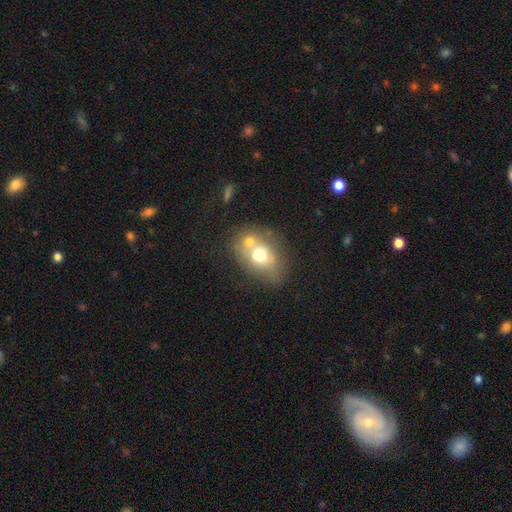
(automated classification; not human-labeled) Smooth or featured?
  - smooth: 59% *
  - featured or disk: 31%
  - star or artifact: 10%
How rounded?
  - in between: 66% *
  - round: 33%
  - cigar-shaped: 1%
Merging?
  - merger: 46% *
  - none: 33%
  - minor disturbance: 14%
  - major disturbance: 7%